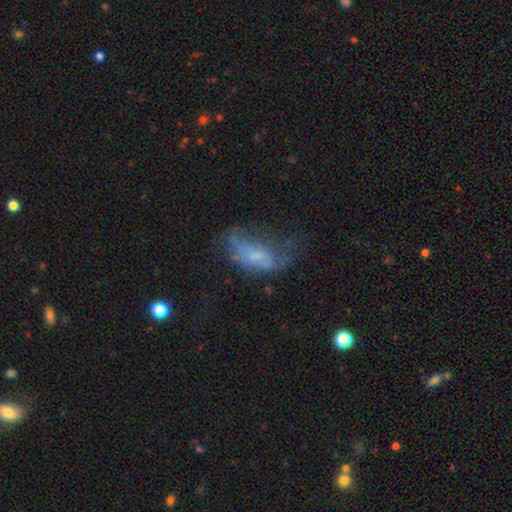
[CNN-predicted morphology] Q: Smooth or featured?
A: featured or disk (48%); runner-up: smooth (39%)
Q: Merging?
A: major disturbance (43%); runner-up: none (27%)